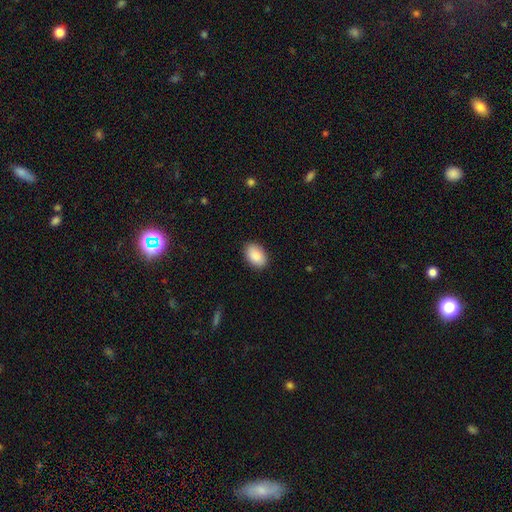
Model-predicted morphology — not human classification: Smooth or featured?
  - smooth: 89% *
  - star or artifact: 6%
  - featured or disk: 5%
How rounded?
  - in between: 90% *
  - round: 8%
  - cigar-shaped: 1%
Merging?
  - none: 89% *
  - minor disturbance: 8%
  - major disturbance: 2%
  - merger: 1%